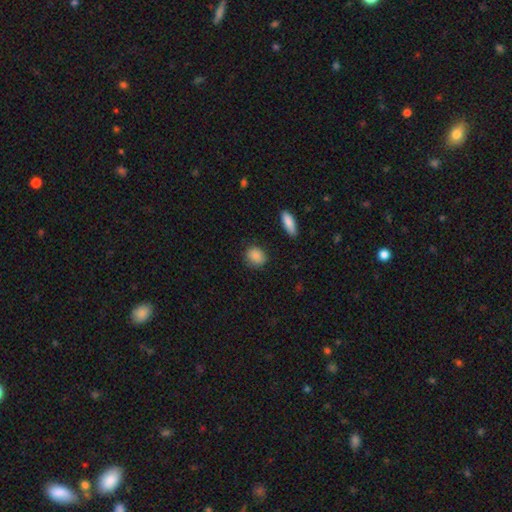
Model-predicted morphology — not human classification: Smooth or featured? smooth (87%)
How rounded? round (56%)
Merging? none (78%)